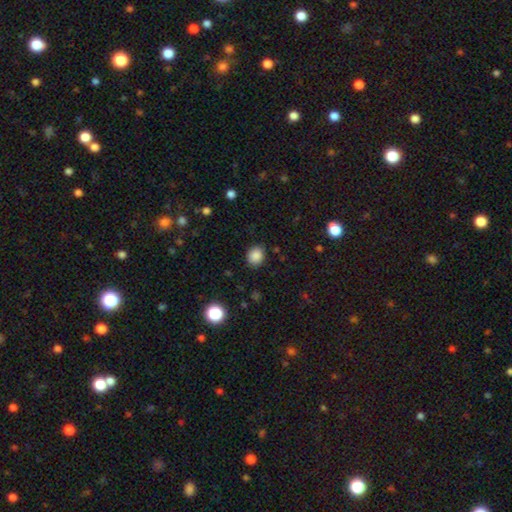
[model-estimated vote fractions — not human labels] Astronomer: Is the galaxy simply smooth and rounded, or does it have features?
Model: smooth — 86%.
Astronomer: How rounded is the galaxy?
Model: round — 59% (runner-up: in between, 40%).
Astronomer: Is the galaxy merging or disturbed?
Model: none — 85%.